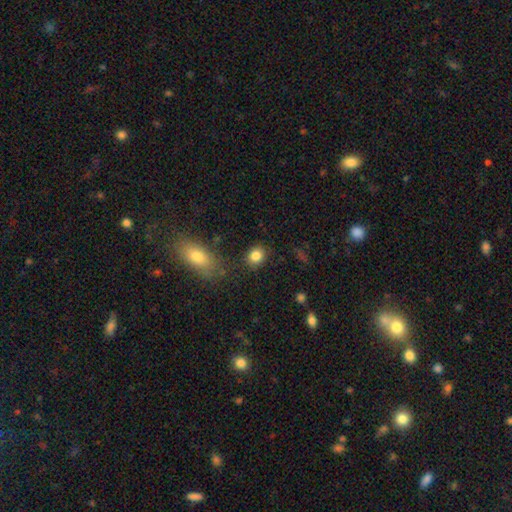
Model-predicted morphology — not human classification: smooth-or-featured: smooth: 84% | star or artifact: 10% | featured or disk: 6%
  how-rounded: round: 64% | in between: 35% | cigar-shaped: 1%
  merging: none: 83% | minor disturbance: 10% | major disturbance: 3% | merger: 3%